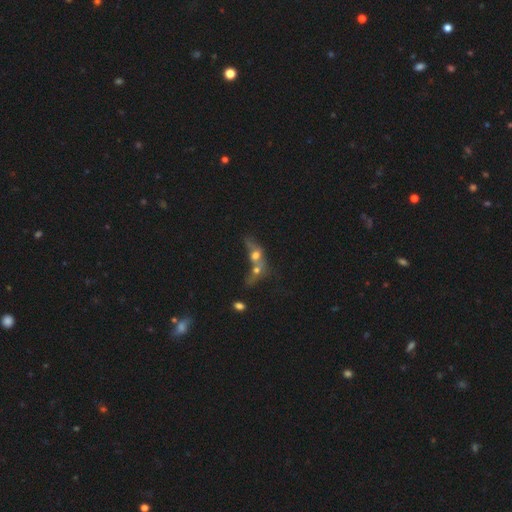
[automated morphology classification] Smooth or featured: smooth — 52% (featured or disk — 33%)
How rounded: in between — 51% (round — 36%)
Merging: merger — 74% (none — 12%)